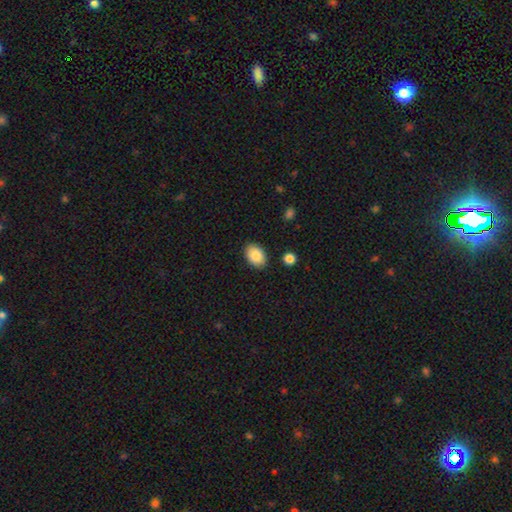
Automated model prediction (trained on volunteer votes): A smooth galaxy with no disk features (85%) that is in between round and cigar-shaped (86%). Merging: none (87%).